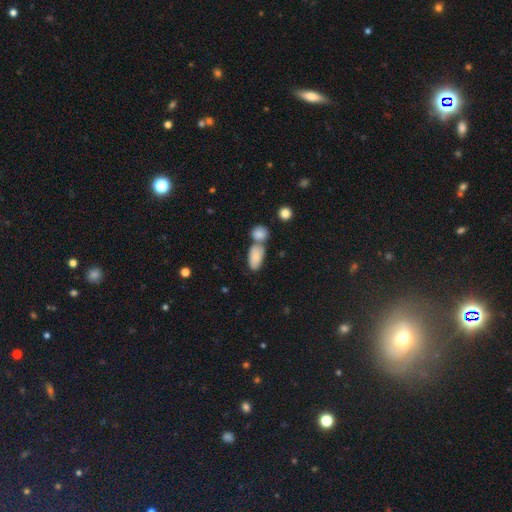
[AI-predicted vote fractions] Overall: smooth (83%). How rounded: in between (92%). Merging: none (42%; merger 41%).